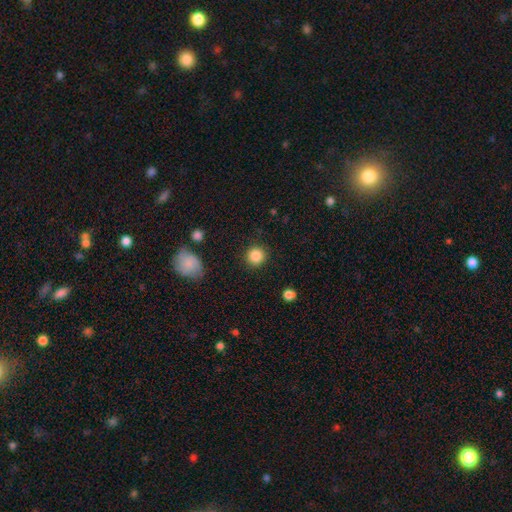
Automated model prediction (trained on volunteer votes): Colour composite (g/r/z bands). It shows a smooth galaxy with no disk features (87%) that is round (93%). Merging: none (90%).